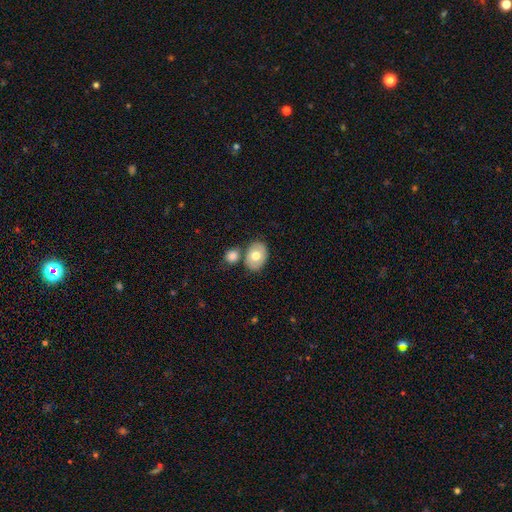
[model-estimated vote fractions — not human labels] smooth_or_featured: smooth (p=0.69) [alt: featured or disk p=0.24]
how_rounded: in between (p=0.75) [alt: round p=0.24]
merging: none (p=0.66) [alt: merger p=0.18]